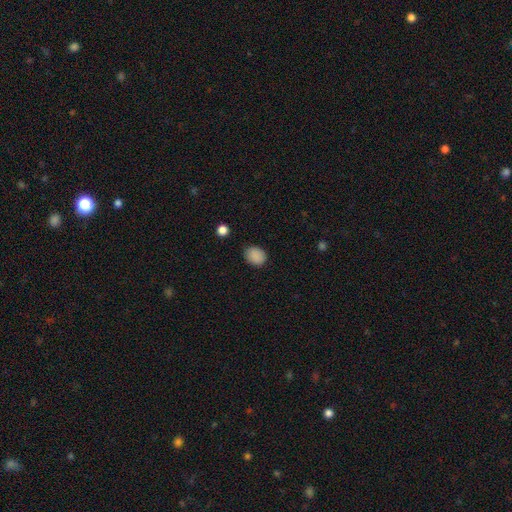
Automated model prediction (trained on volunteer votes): A smooth galaxy with no disk features (87%) that is in between round and cigar-shaped (50%). Merging: none (84%).